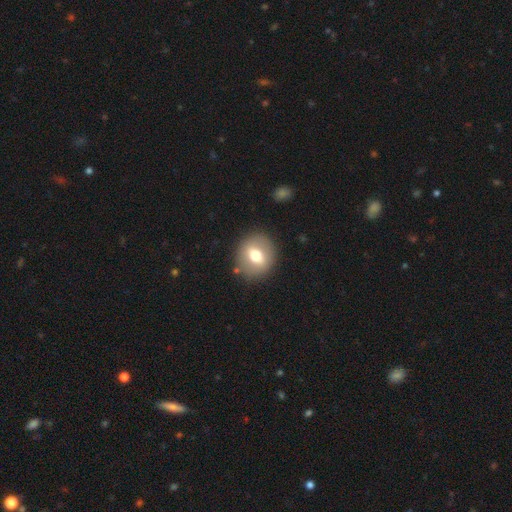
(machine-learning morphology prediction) A smooth galaxy with no disk features (62%) that is round (74%). Merging: none (86%).